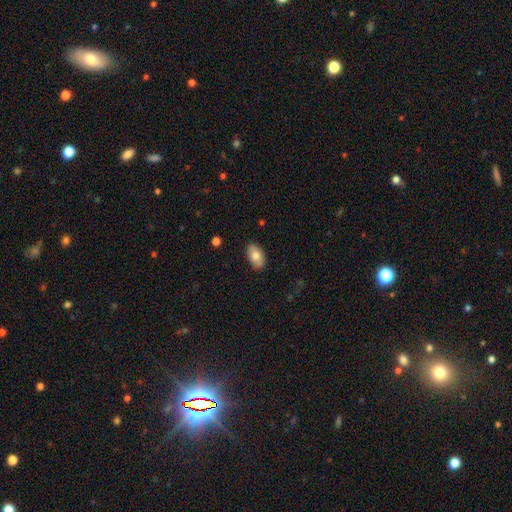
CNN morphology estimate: smooth-or-featured: smooth: 77% | featured or disk: 16% | star or artifact: 7%
  how-rounded: in between: 92% | round: 6% | cigar-shaped: 1%
  merging: none: 87% | minor disturbance: 10% | major disturbance: 2% | merger: 1%